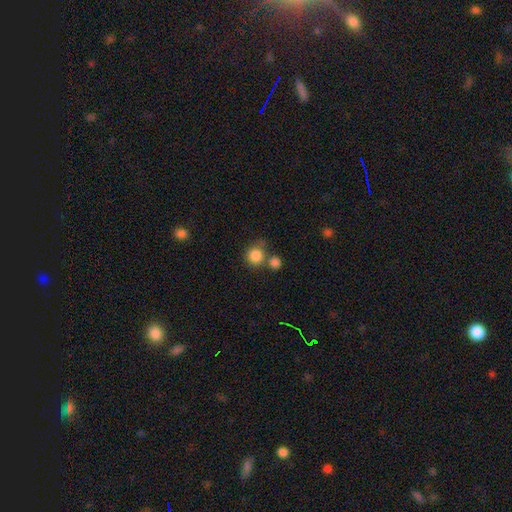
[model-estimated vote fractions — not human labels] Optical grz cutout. It shows a smooth galaxy with no disk features (85%) that is round (90%). Merging: none (61%).